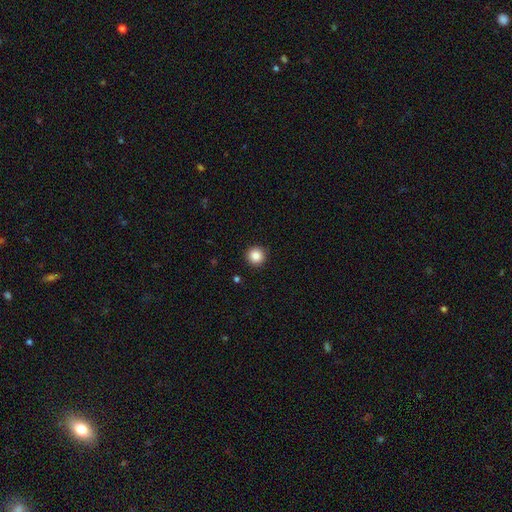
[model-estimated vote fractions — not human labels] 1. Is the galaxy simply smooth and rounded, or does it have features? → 86% smooth, 10% star or artifact, 4% featured or disk.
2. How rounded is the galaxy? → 96% round, 3% in between, 1% cigar-shaped.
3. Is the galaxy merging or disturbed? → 93% none, 5% minor disturbance, 2% major disturbance, 1% merger.